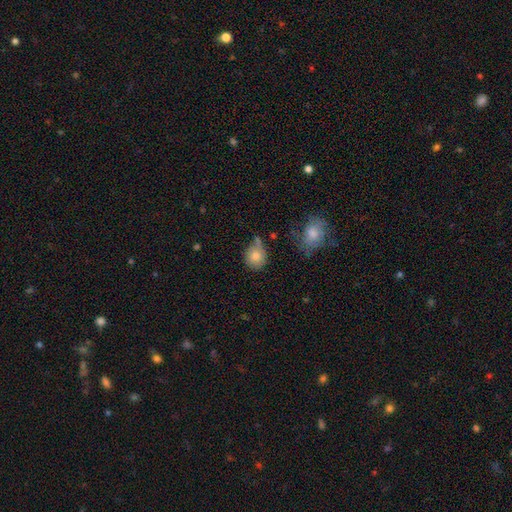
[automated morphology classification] This appears to be a smooth galaxy with no disk features (81%) that is round (71%). Merging: none (52%).